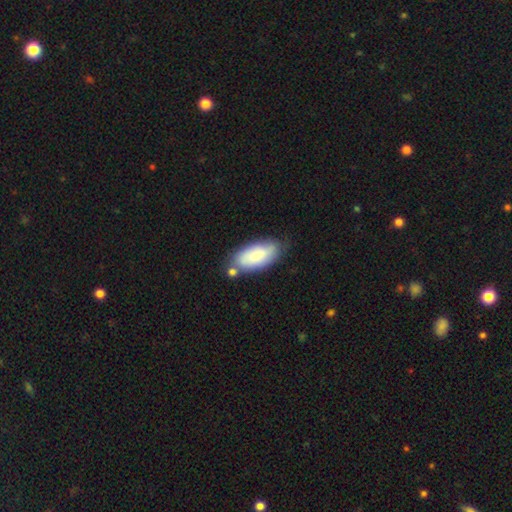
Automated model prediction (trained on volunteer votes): Overall: smooth (77%). How rounded: in between (87%). Merging: none (61%).